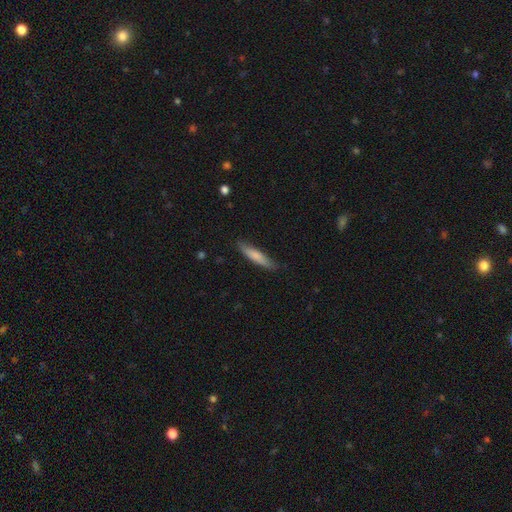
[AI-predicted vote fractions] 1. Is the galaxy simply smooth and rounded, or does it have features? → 76% smooth, 19% featured or disk, 5% star or artifact.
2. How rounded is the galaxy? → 85% cigar-shaped, 14% in between, 1% round.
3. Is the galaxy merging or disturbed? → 83% none, 14% minor disturbance, 2% major disturbance, 1% merger.